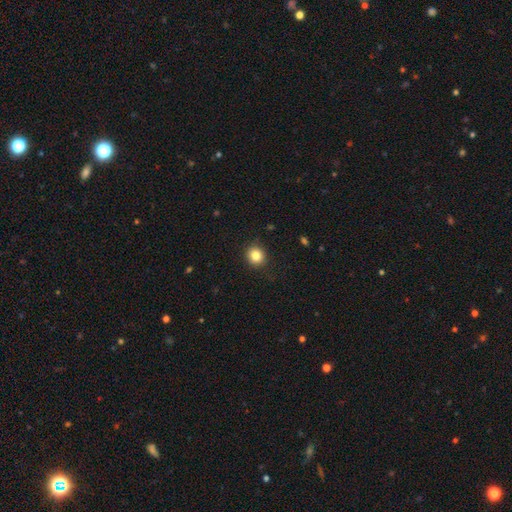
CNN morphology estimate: smooth 84%, star or artifact 11%, featured or disk 6%. Down the decision tree: how rounded — round (89%); merging — none (90%).